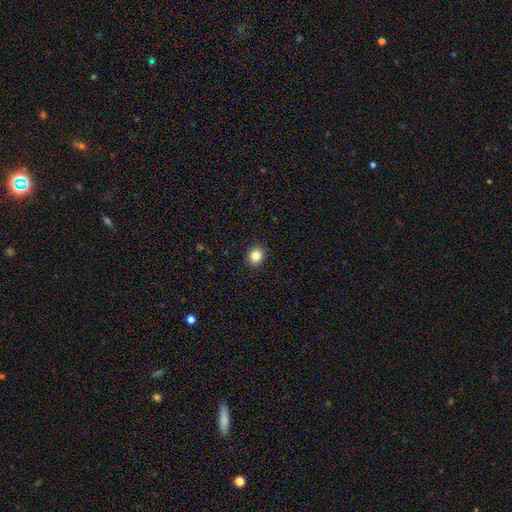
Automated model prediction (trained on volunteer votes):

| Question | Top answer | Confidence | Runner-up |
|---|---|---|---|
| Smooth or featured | smooth | 84% | star or artifact (11%) |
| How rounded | round | 75% | in between (24%) |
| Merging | none | 92% | minor disturbance (6%) |